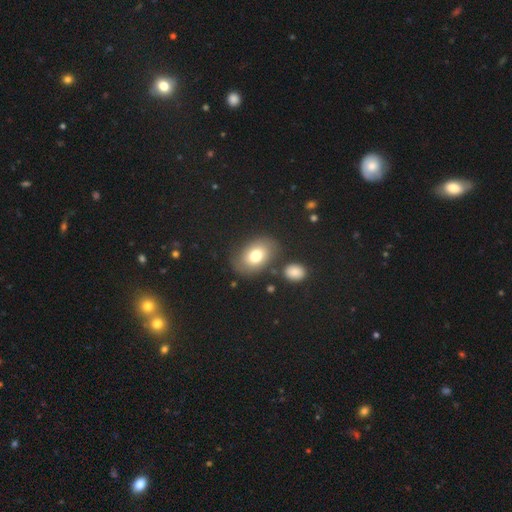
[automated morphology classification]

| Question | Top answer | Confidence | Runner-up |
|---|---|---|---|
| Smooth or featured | smooth | 72% | featured or disk (18%) |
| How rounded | in between | 78% | round (21%) |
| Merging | none | 77% | minor disturbance (12%) |